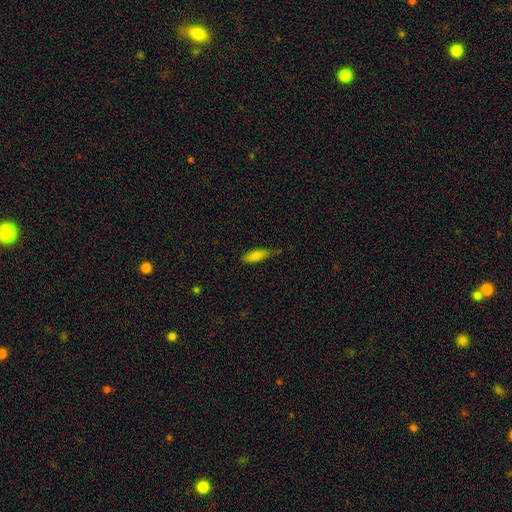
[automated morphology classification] Smooth or featured?
  - smooth: 83% *
  - featured or disk: 8%
  - star or artifact: 8%
How rounded?
  - in between: 54% *
  - cigar-shaped: 44%
  - round: 2%
Merging?
  - none: 60% *
  - minor disturbance: 31%
  - major disturbance: 6%
  - merger: 3%